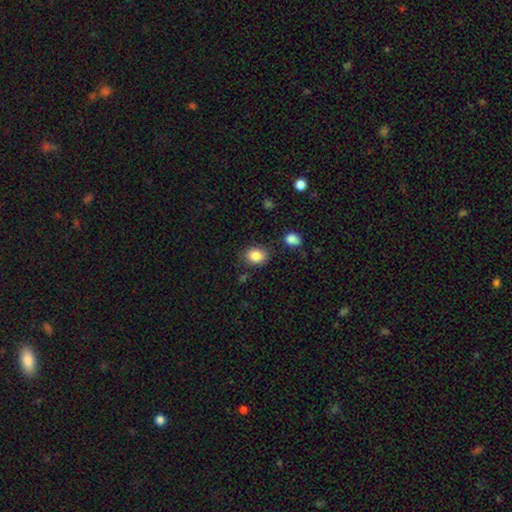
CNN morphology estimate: This is clearly a smooth galaxy (86%). How rounded: possibly round (52%). Merging: likely none (79%).